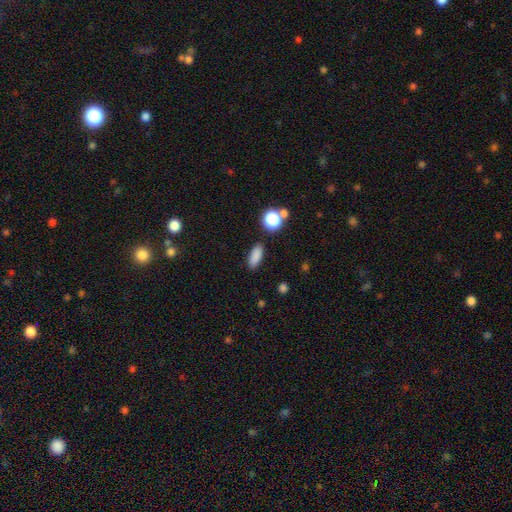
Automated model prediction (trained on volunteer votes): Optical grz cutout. It shows a smooth galaxy with no disk features (84%) that is in between round and cigar-shaped (73%). Merging: none (86%).